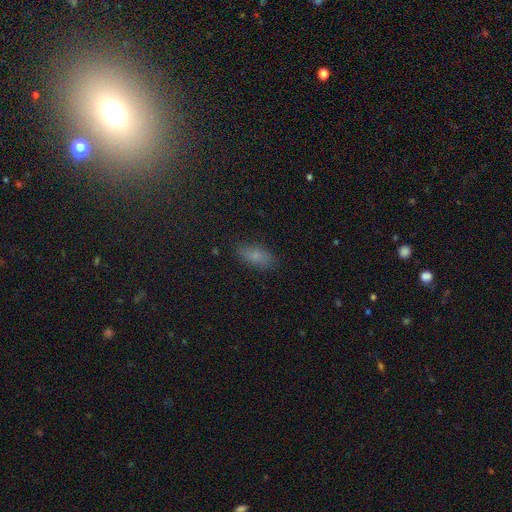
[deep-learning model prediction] A smooth galaxy with no disk features (74%) that is in between round and cigar-shaped (83%).

Vote fractions:
- Smooth or featured? smooth: 74% / star or artifact: 15% / featured or disk: 11%
- How rounded? in between: 83% / cigar-shaped: 13% / round: 4%
- Merging? none: 82% / minor disturbance: 13% / major disturbance: 3% / merger: 1%